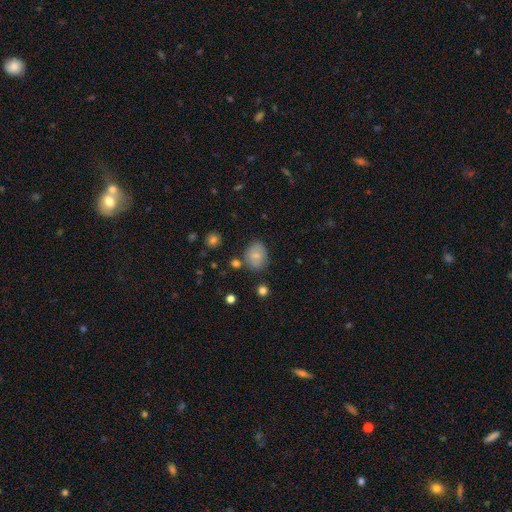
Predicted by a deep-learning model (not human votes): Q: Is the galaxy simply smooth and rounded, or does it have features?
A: smooth — 74%.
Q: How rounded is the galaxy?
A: round — 50%.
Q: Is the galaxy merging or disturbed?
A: none — 74%.